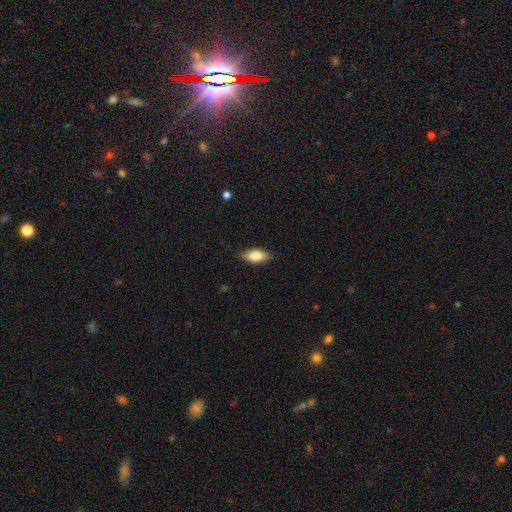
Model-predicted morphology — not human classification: type=smooth (75%); roundness=in between (82%); merging=none (85%).